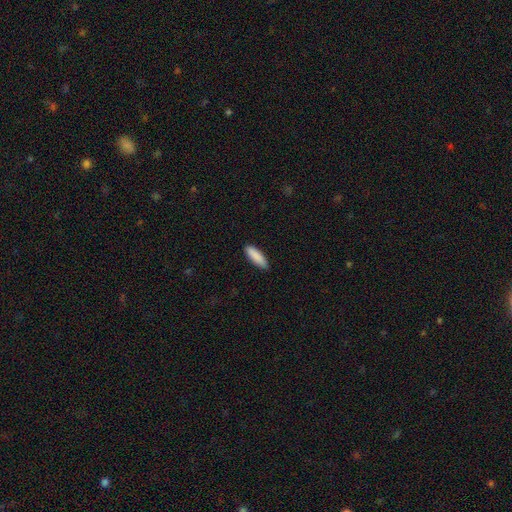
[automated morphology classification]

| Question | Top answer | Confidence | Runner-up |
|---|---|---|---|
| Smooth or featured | smooth | 89% | star or artifact (6%) |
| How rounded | cigar-shaped | 57% | in between (41%) |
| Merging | none | 88% | minor disturbance (9%) |